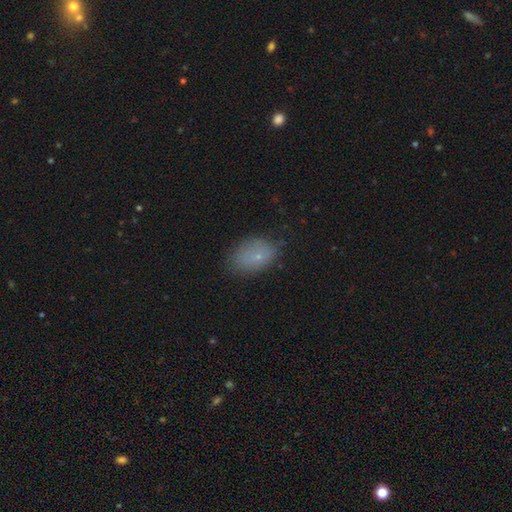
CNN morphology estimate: The model was most divided on "merging": none: 67%, minor disturbance: 24%, major disturbance: 8%, merger: 1%. More confident: how rounded — in between (80%); smooth or featured — smooth (71%).